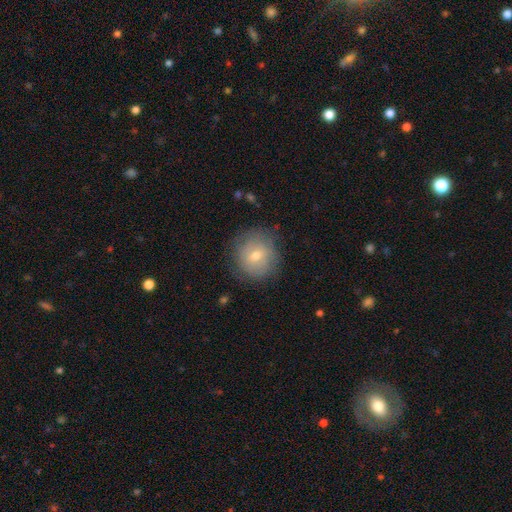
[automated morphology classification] Q: Smooth or featured?
A: smooth (62%); runner-up: featured or disk (27%)
Q: How rounded?
A: round (90%); runner-up: in between (9%)
Q: Merging?
A: none (80%); runner-up: minor disturbance (14%)